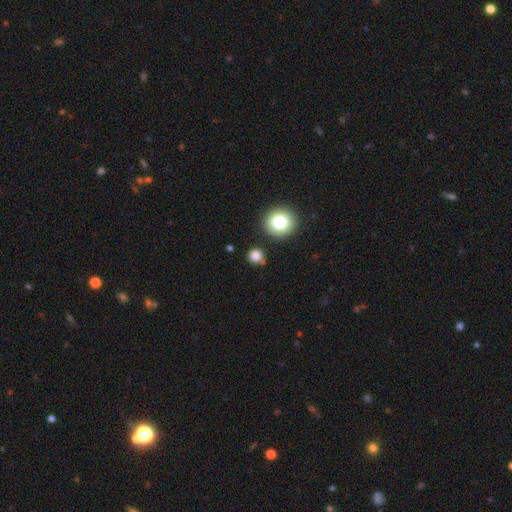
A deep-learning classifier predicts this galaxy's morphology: type=smooth (80%); roundness=round (90%); merging=none (79%).